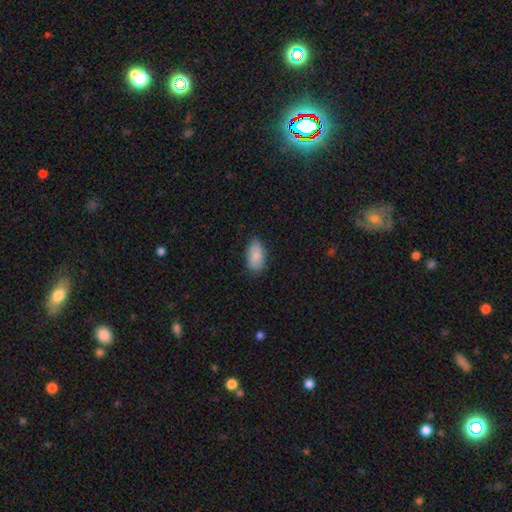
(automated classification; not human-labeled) Smooth or featured: smooth — 86% (featured or disk — 7%)
How rounded: in between — 93% (round — 4%)
Merging: none — 81% (minor disturbance — 15%)